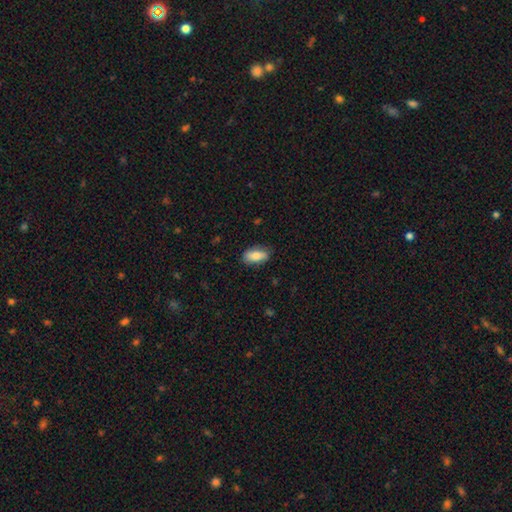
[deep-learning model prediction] Smooth or featured?
  - smooth: 78% *
  - featured or disk: 15%
  - star or artifact: 6%
How rounded?
  - in between: 87% *
  - cigar-shaped: 9%
  - round: 4%
Merging?
  - none: 82% *
  - minor disturbance: 14%
  - major disturbance: 3%
  - merger: 1%